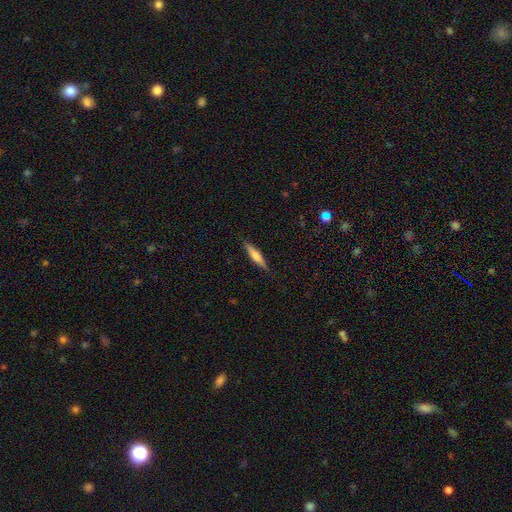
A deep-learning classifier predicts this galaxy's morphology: This is possibly a smooth galaxy (49%). Merging: clearly none (87%).